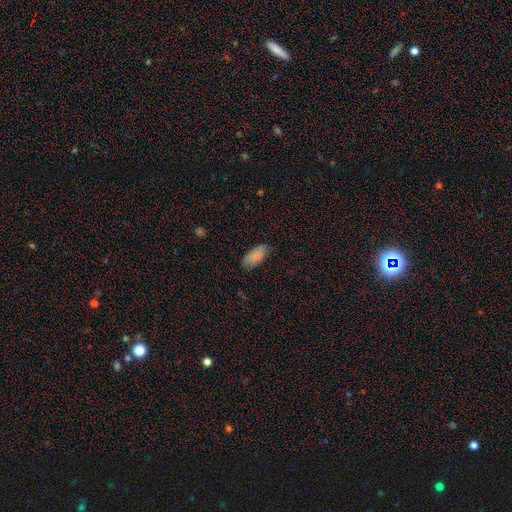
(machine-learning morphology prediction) smooth_or_featured: smooth (p=0.85) [alt: featured or disk p=0.08]
how_rounded: in between (p=0.90) [alt: cigar-shaped p=0.09]
merging: none (p=0.81) [alt: minor disturbance p=0.16]